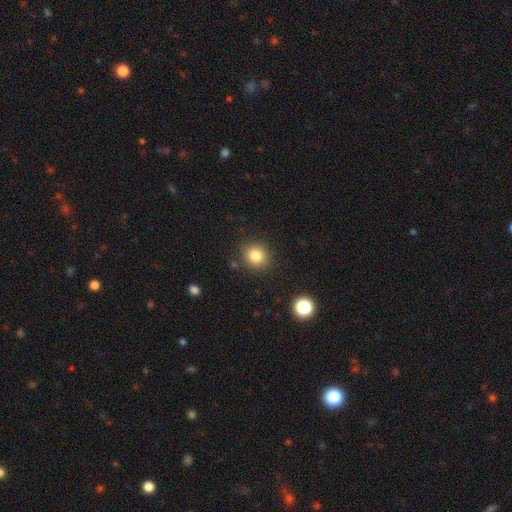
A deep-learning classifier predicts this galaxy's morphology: smooth_or_featured: smooth (p=0.83) [alt: star or artifact p=0.11]
how_rounded: round (p=0.84) [alt: in between p=0.15]
merging: none (p=0.87) [alt: minor disturbance p=0.08]